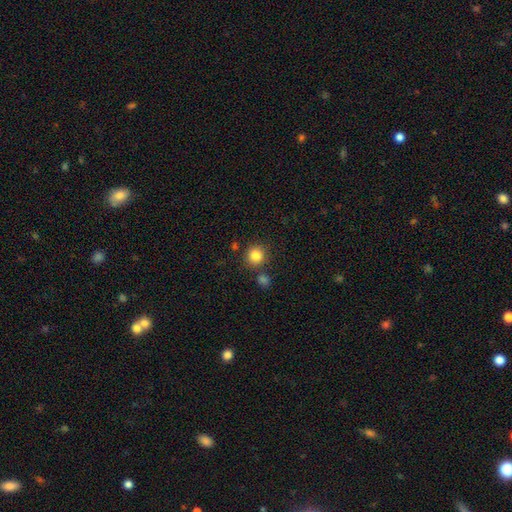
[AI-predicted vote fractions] smooth_or_featured: smooth (p=0.85) [alt: star or artifact p=0.10]
how_rounded: round (p=0.89) [alt: in between p=0.10]
merging: none (p=0.80) [alt: merger p=0.09]